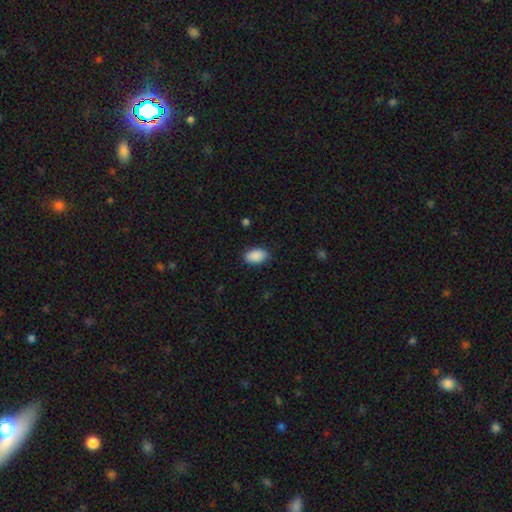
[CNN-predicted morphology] Smooth or featured? smooth (90%)
How rounded? in between (92%)
Merging? none (88%)